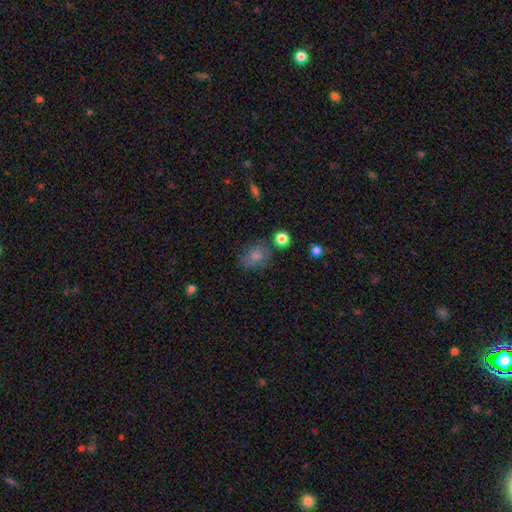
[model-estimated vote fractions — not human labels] This appears to be a smooth galaxy with no disk features (76%) that is in between round and cigar-shaped (59%). Merging: none (60%).